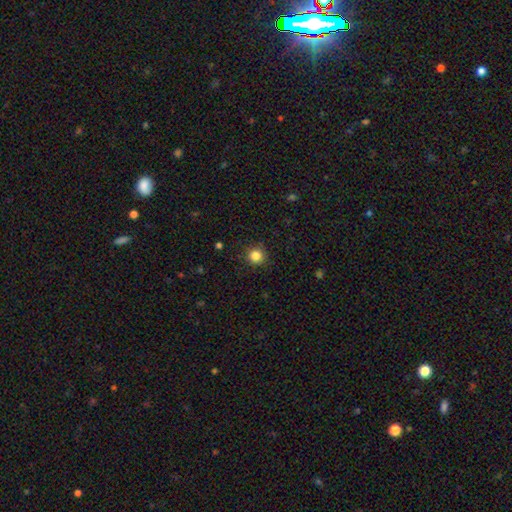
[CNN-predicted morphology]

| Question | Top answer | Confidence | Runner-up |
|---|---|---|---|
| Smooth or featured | smooth | 84% | star or artifact (12%) |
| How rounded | round | 94% | in between (5%) |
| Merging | none | 90% | minor disturbance (7%) |